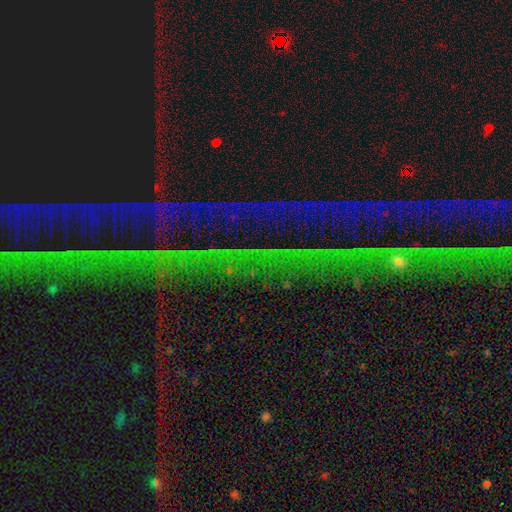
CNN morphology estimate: smooth_or_featured: star or artifact (p=0.86) [alt: featured or disk p=0.08]